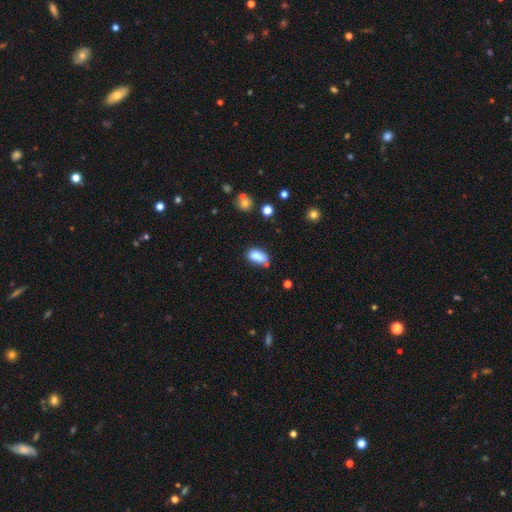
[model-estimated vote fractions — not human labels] The model was most divided on "merging": none: 60%, minor disturbance: 25%, merger: 9%, major disturbance: 6%. More confident: how rounded — in between (89%); smooth or featured — smooth (84%).